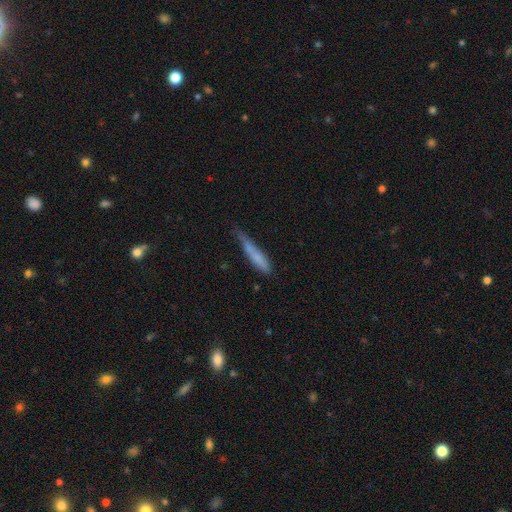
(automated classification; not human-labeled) smooth_or_featured: smooth (p=0.70) [alt: featured or disk p=0.22]
how_rounded: cigar-shaped (p=0.91) [alt: in between p=0.08]
merging: none (p=0.51) [alt: minor disturbance p=0.34]